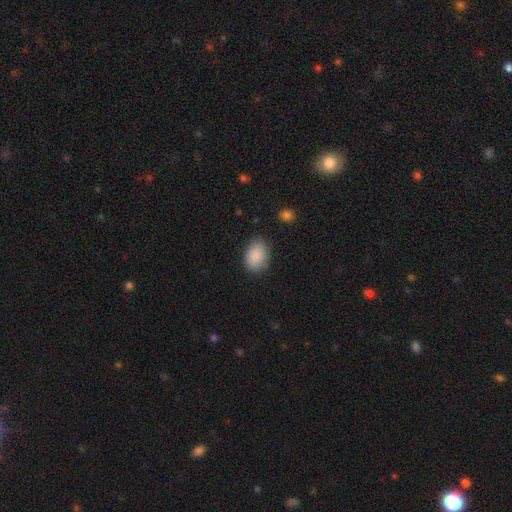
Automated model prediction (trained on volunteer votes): Smooth or featured? smooth (88%)
How rounded? in between (82%)
Merging? none (79%)